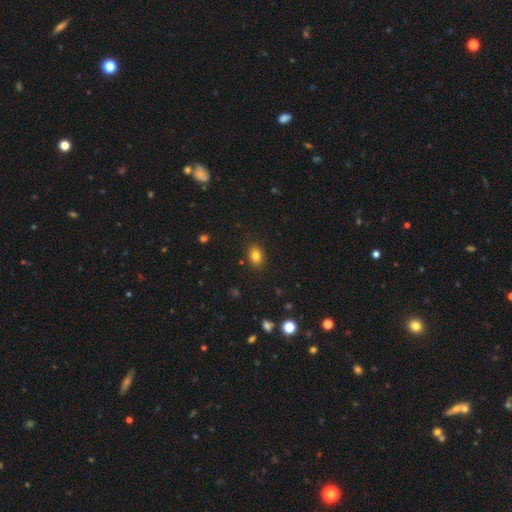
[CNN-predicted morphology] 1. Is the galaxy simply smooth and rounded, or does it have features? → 81% smooth, 11% star or artifact, 8% featured or disk.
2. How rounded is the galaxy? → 70% in between, 29% round, 1% cigar-shaped.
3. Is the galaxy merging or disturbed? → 87% none, 9% minor disturbance, 2% major disturbance, 1% merger.